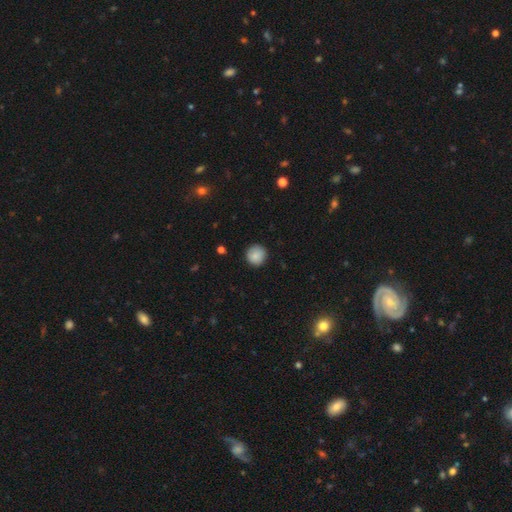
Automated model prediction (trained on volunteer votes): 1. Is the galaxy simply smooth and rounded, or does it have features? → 86% smooth, 8% star or artifact, 6% featured or disk.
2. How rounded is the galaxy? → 93% round, 6% in between, 1% cigar-shaped.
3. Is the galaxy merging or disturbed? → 88% none, 9% minor disturbance, 2% major disturbance, 1% merger.